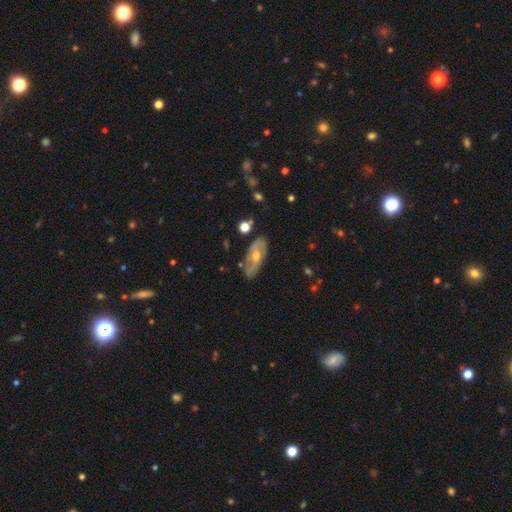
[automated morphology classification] type=featured or disk (72%); edge-on=no (85%); bar=no (50%); spiral arms=yes (78%); bulge=moderate (65%); merging=none (81%).